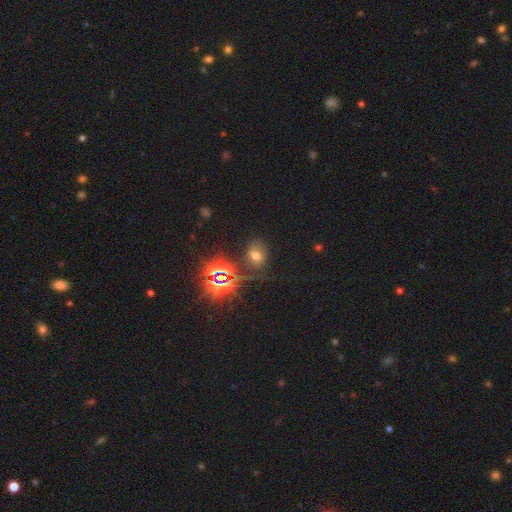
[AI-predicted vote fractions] Morphology: type=smooth (48%); merging=none (70%).